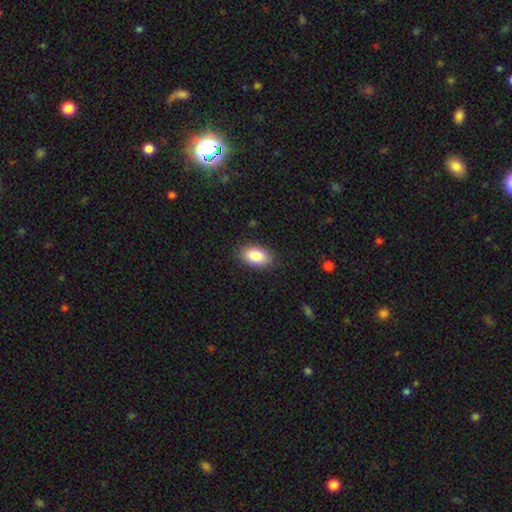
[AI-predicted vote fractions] A smooth galaxy with no disk features (88%) that is in between round and cigar-shaped (93%). Merging: none (87%).